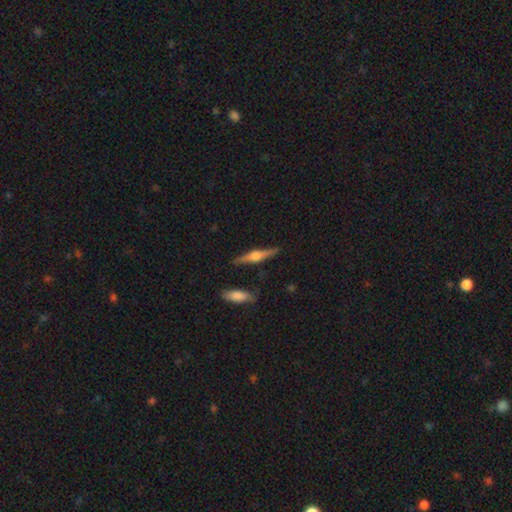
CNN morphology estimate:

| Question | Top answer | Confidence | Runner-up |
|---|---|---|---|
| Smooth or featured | featured or disk | 72% | smooth (22%) |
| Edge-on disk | yes | 97% | no (3%) |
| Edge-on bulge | rounded | 89% | boxy (8%) |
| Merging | none | 87% | minor disturbance (9%) |